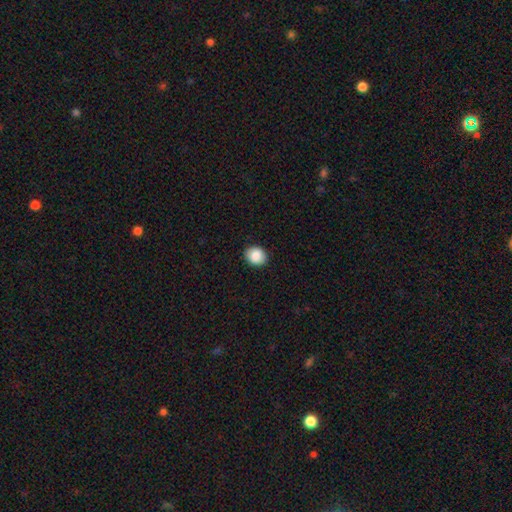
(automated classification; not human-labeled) smooth 87%, star or artifact 8%, featured or disk 5%. Down the decision tree: how rounded — round (67%); merging — none (90%).